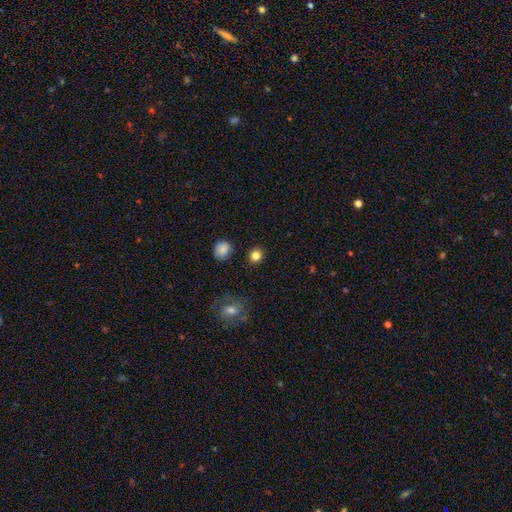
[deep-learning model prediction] smooth_or_featured: smooth (p=0.83) [alt: star or artifact p=0.12]
how_rounded: round (p=0.84) [alt: in between p=0.15]
merging: none (p=0.89) [alt: minor disturbance p=0.06]